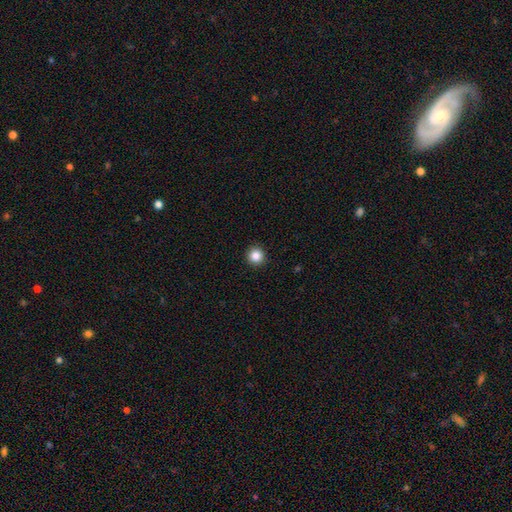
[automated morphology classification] type=smooth (85%); roundness=round (95%); merging=none (93%).